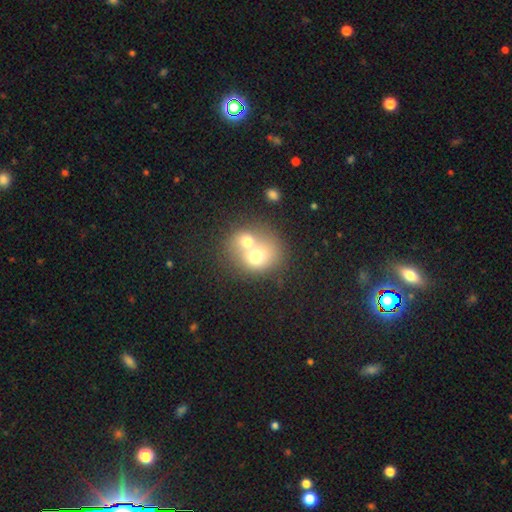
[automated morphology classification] type=smooth (66%); roundness=round (67%); merging=merger (71%).